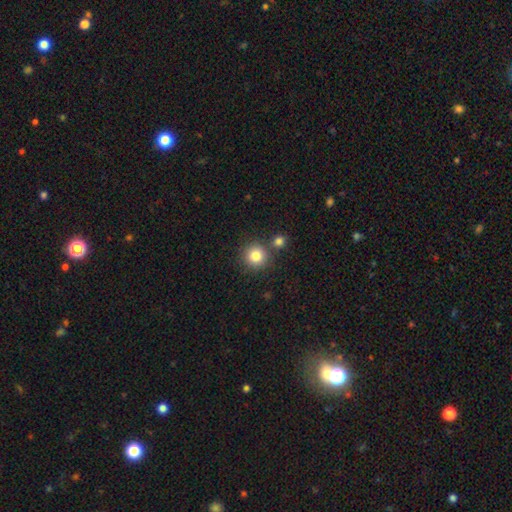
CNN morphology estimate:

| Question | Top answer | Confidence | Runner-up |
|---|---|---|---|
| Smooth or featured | smooth | 82% | star or artifact (11%) |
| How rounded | round | 93% | in between (6%) |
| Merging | none | 75% | merger (15%) |